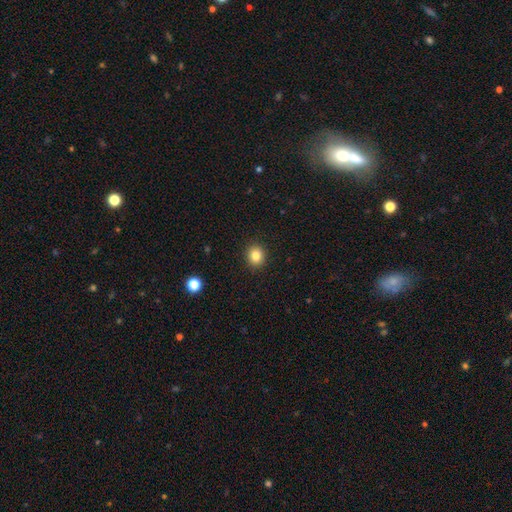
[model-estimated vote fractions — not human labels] Morphology: type=smooth (83%); roundness=round (83%); merging=none (92%).